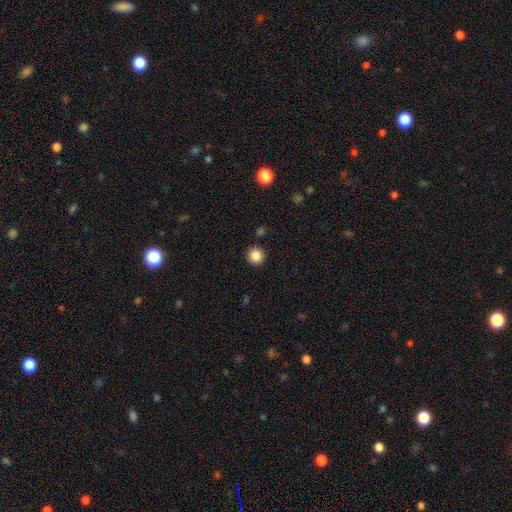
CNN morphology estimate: Smooth or featured? smooth (86%)
How rounded? round (94%)
Merging? none (90%)